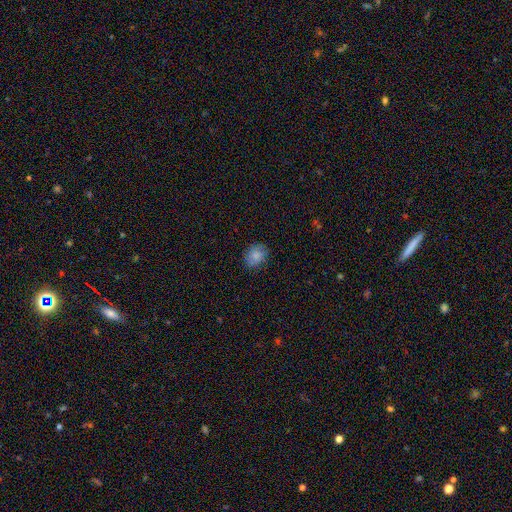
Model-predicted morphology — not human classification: smooth-or-featured: smooth: 82% | featured or disk: 10% | star or artifact: 8%
  how-rounded: in between: 54% | round: 45% | cigar-shaped: 1%
  merging: none: 81% | minor disturbance: 15% | major disturbance: 3% | merger: 1%